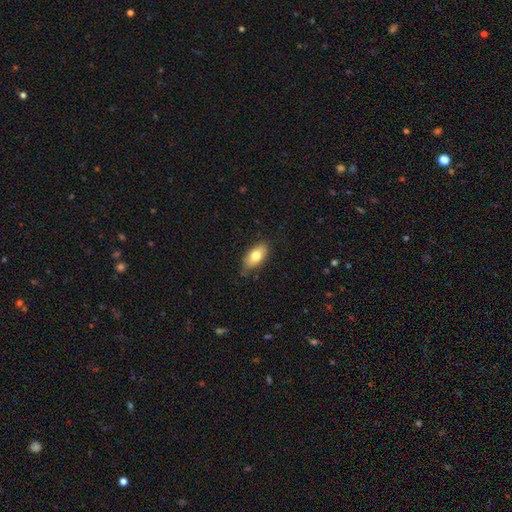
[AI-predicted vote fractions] This is likely a smooth galaxy (77%). How rounded: clearly in between (90%). Merging: likely none (79%).